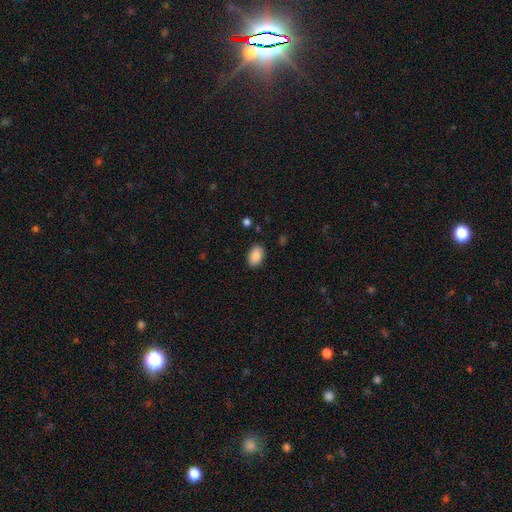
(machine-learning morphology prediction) Overall: smooth (89%). How rounded: in between (89%). Merging: none (87%).